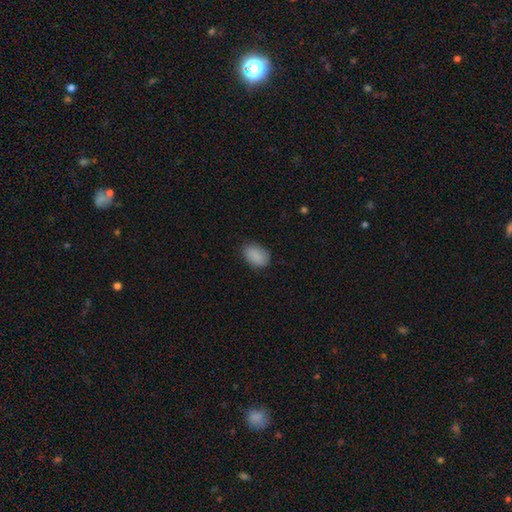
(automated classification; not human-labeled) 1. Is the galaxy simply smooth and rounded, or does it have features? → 88% smooth, 7% star or artifact, 5% featured or disk.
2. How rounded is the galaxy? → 85% in between, 14% round, 1% cigar-shaped.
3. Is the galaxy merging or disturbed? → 78% none, 17% minor disturbance, 3% major disturbance, 1% merger.